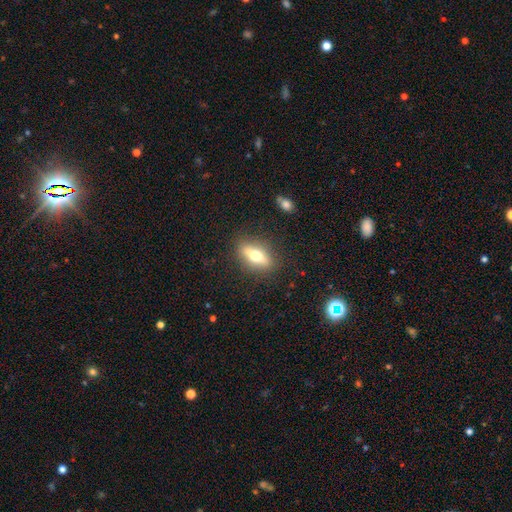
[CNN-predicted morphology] Smooth or featured?
  - smooth: 53% *
  - featured or disk: 39%
  - star or artifact: 8%
How rounded?
  - in between: 66% *
  - cigar-shaped: 25%
  - round: 9%
Merging?
  - none: 86% *
  - minor disturbance: 10%
  - major disturbance: 3%
  - merger: 1%